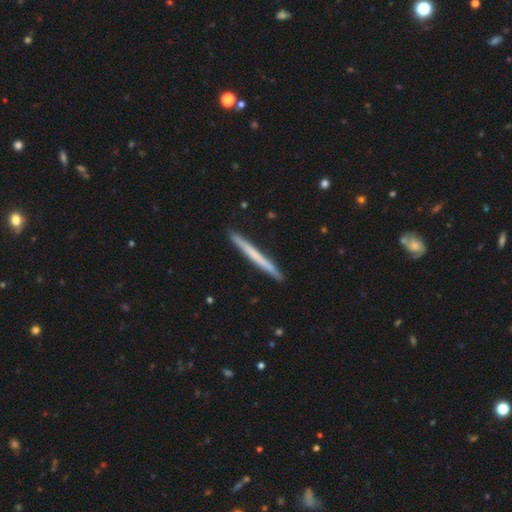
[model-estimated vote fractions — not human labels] The model was most divided on "smooth or featured": smooth: 55%, featured or disk: 40%, star or artifact: 5%. More confident: how rounded — cigar-shaped (98%); merging — none (92%).